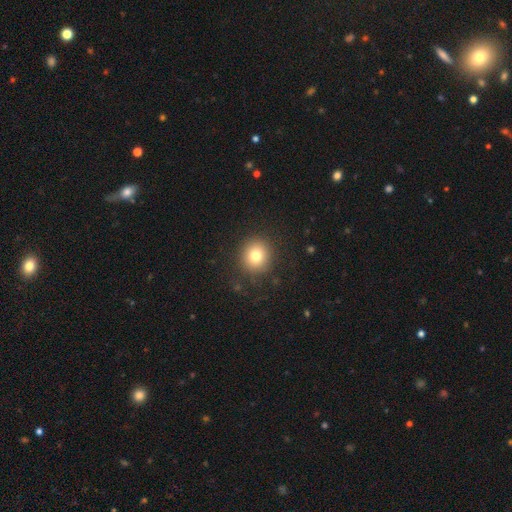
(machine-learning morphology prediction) A smooth galaxy with no disk features (77%) that is round (90%).

Vote fractions:
- Smooth or featured? smooth: 77% / star or artifact: 13% / featured or disk: 10%
- How rounded? round: 90% / in between: 9% / cigar-shaped: 1%
- Merging? none: 88% / minor disturbance: 7% / major disturbance: 4% / merger: 1%